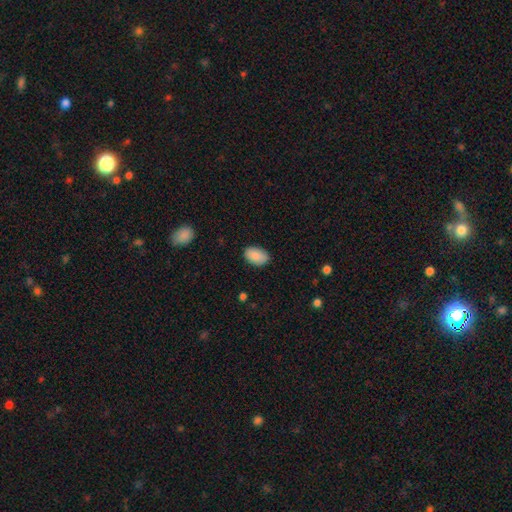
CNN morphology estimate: This is clearly a smooth galaxy (89%). How rounded: clearly in between (91%). Merging: clearly none (86%).